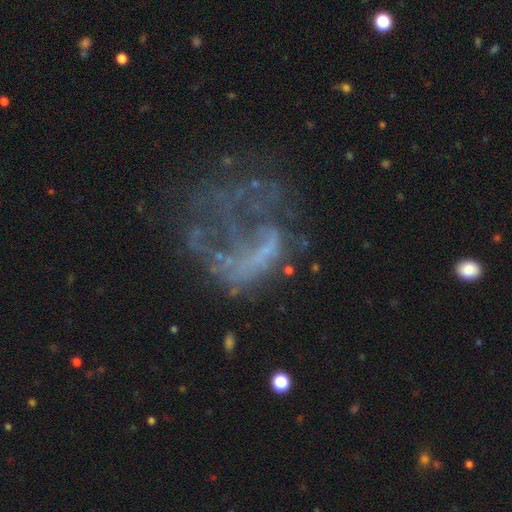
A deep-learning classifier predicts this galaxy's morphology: Smooth or featured? Predicted: featured or disk (p=0.59). Edge-on disk? Predicted: no (p=0.97). Bar? Predicted: no (p=0.82). Spiral arms? Predicted: no (p=0.77). Bulge size? Predicted: none (p=0.80). Merging? Predicted: major disturbance (p=0.47).